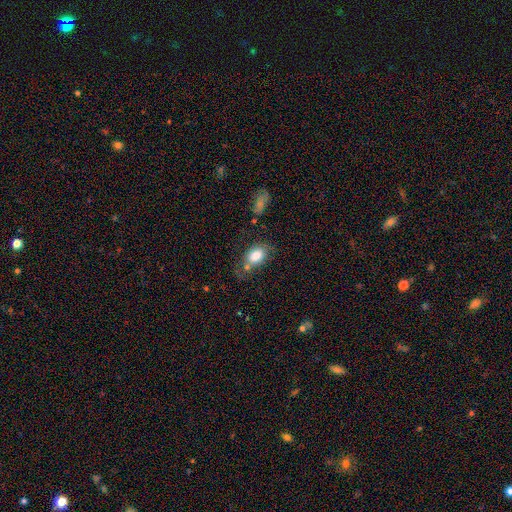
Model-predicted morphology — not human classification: Smooth or featured?
  - smooth: 79% *
  - featured or disk: 13%
  - star or artifact: 8%
How rounded?
  - in between: 83% *
  - round: 15%
  - cigar-shaped: 2%
Merging?
  - none: 48% *
  - minor disturbance: 25%
  - merger: 14%
  - major disturbance: 13%